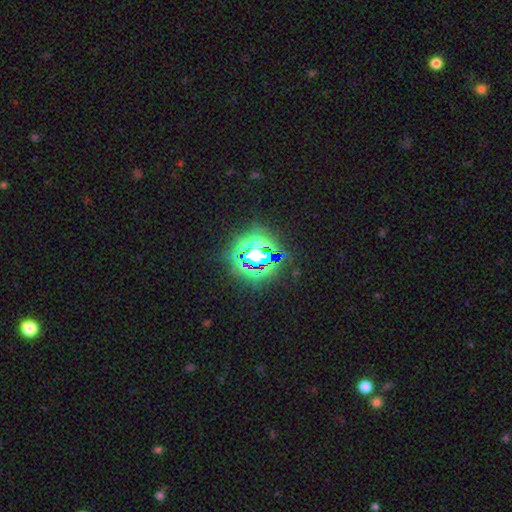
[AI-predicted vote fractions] star or artifact 72%, smooth 18%, featured or disk 10%.